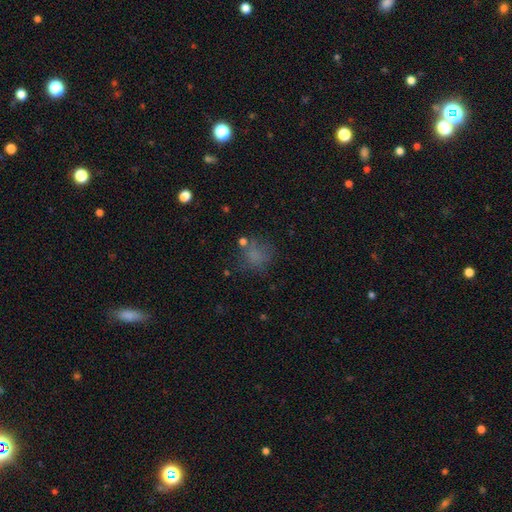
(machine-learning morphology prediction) Smooth or featured? Predicted: smooth (p=0.64). How rounded? Predicted: round (p=0.75). Merging? Predicted: none (p=0.59).